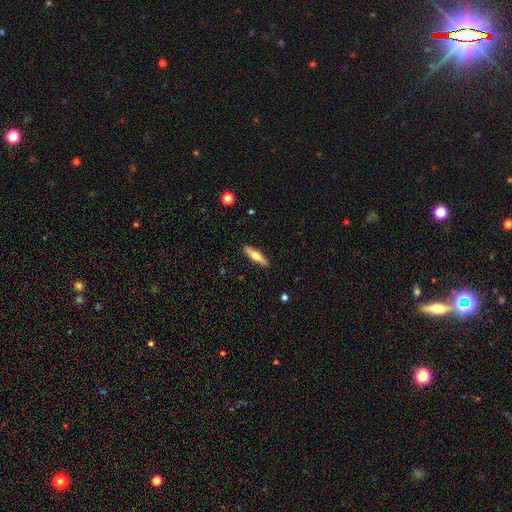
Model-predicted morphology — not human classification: This is possibly a smooth galaxy (51%). How rounded: likely cigar-shaped (72%). Merging: clearly none (90%).